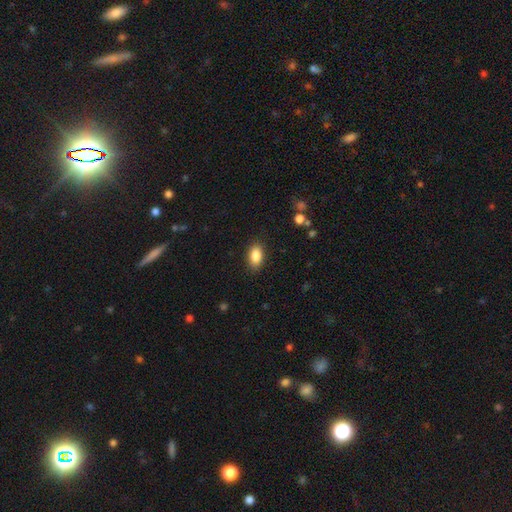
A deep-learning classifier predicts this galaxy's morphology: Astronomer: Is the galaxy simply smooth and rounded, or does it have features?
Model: smooth — 87%.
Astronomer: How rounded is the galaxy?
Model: in between — 91%.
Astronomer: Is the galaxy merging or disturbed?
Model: none — 87%.